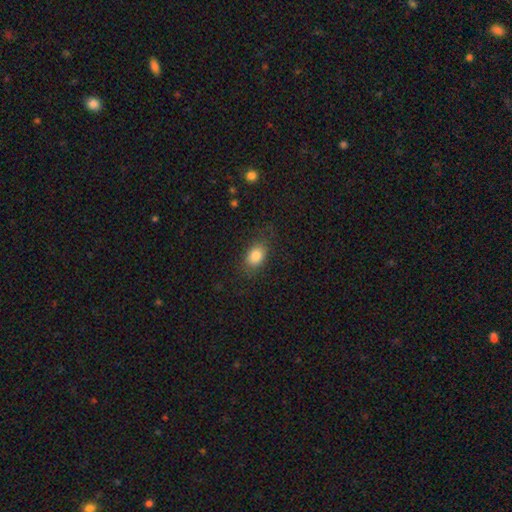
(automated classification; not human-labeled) smooth-or-featured: smooth: 83% | star or artifact: 9% | featured or disk: 8%
  how-rounded: in between: 81% | round: 18% | cigar-shaped: 2%
  merging: none: 78% | minor disturbance: 15% | major disturbance: 6% | merger: 1%